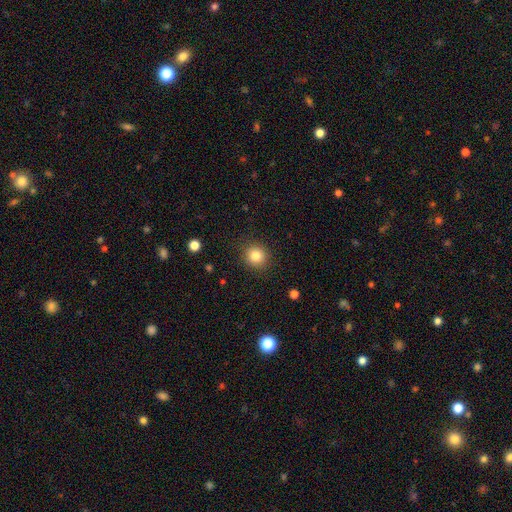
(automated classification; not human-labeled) smooth 84%, star or artifact 11%, featured or disk 5%. Down the decision tree: how rounded — round (90%); merging — none (89%).